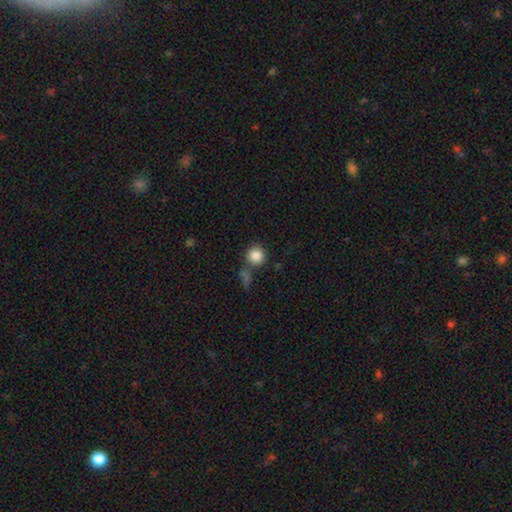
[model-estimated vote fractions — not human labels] This appears to be a smooth galaxy with no disk features (86%) that is round (93%). Merging: none (72%).